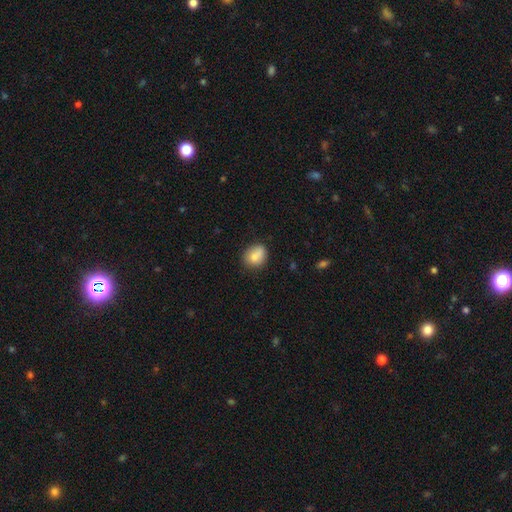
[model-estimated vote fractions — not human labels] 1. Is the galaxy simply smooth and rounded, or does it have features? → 80% smooth, 11% featured or disk, 9% star or artifact.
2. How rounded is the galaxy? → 54% round, 45% in between, 1% cigar-shaped.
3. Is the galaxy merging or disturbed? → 66% none, 21% minor disturbance, 8% merger, 5% major disturbance.